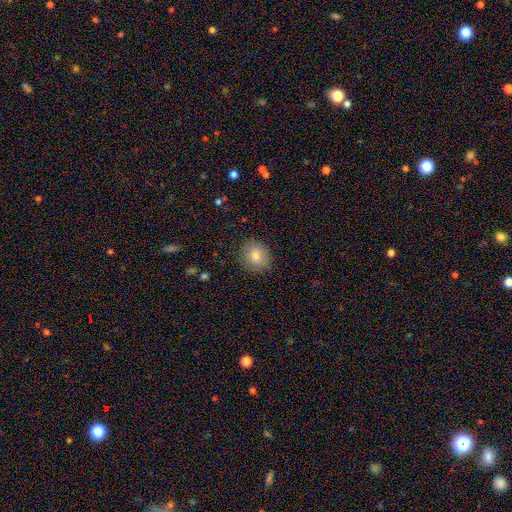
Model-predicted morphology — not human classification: A smooth galaxy with no disk features (80%) that is round (79%).

Vote fractions:
- Smooth or featured? smooth: 80% / featured or disk: 10% / star or artifact: 10%
- How rounded? round: 79% / in between: 20% / cigar-shaped: 1%
- Merging? none: 87% / minor disturbance: 9% / major disturbance: 3% / merger: 1%